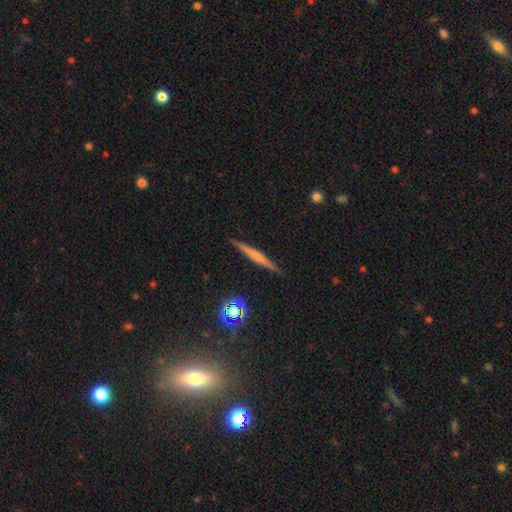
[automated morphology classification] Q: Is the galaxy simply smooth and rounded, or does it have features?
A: featured or disk — 49%.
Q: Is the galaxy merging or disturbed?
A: none — 90%.